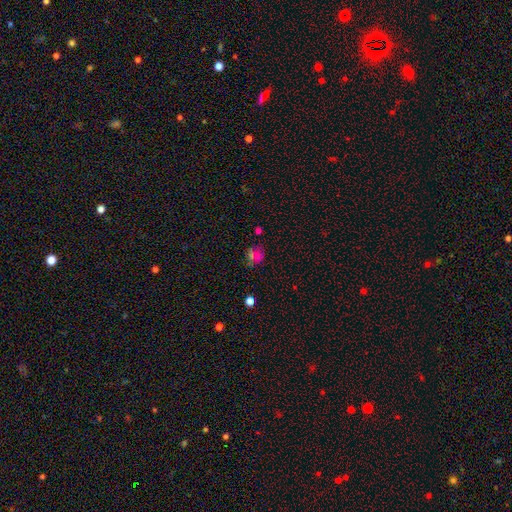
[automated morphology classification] Smooth or featured? Predicted: smooth (p=0.59). How rounded? Predicted: round (p=0.74). Merging? Predicted: none (p=0.67).